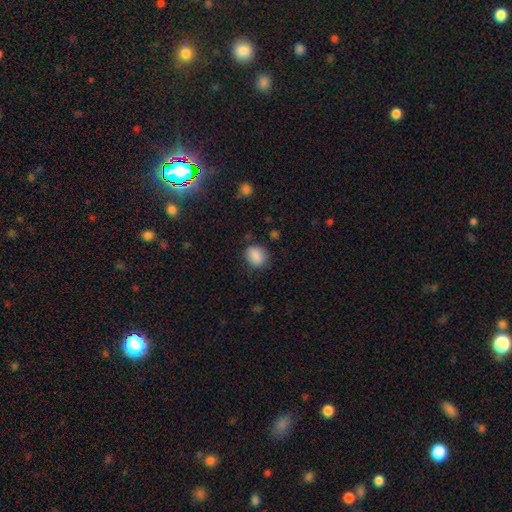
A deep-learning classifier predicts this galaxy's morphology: Overall: smooth (87%). How rounded: round (60%; in between 39%). Merging: none (79%).